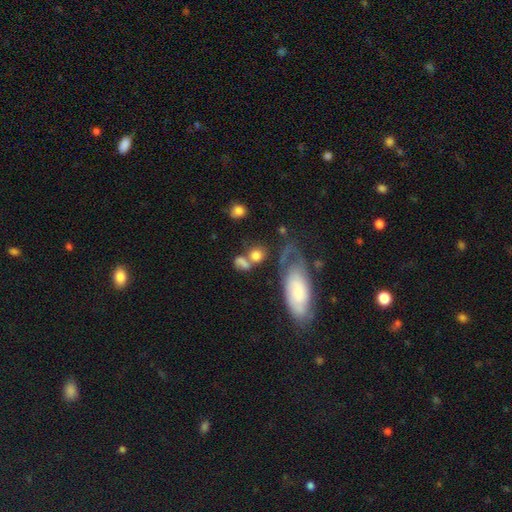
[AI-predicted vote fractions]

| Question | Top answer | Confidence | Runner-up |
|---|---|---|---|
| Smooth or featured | smooth | 72% | featured or disk (17%) |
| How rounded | round | 64% | in between (32%) |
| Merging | none | 42% | merger (30%) |